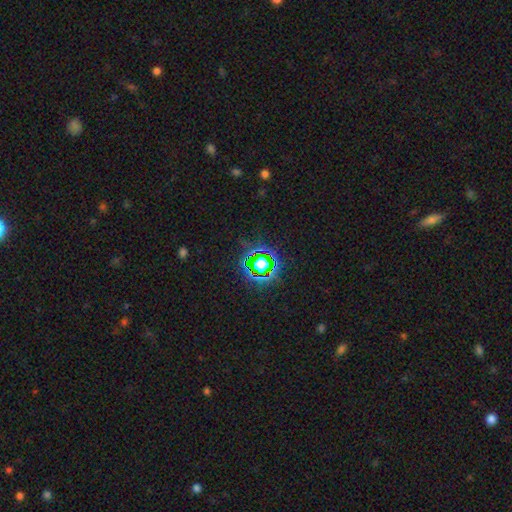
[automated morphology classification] Smooth or featured? Predicted: star or artifact (p=0.77).